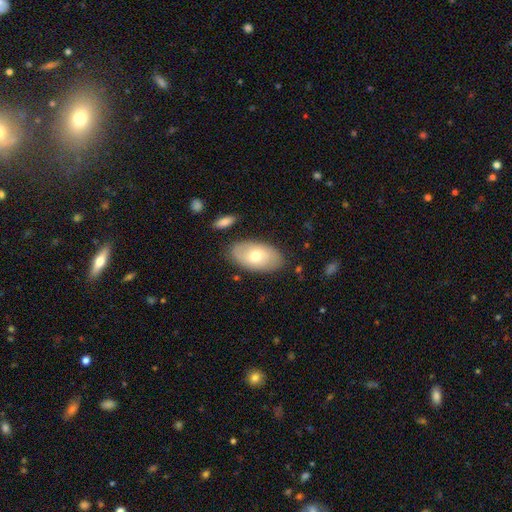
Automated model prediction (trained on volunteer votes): A smooth galaxy with no disk features (61%) that is in between round and cigar-shaped (94%).

Vote fractions:
- Smooth or featured? smooth: 61% / featured or disk: 32% / star or artifact: 6%
- How rounded? in between: 94% / round: 5% / cigar-shaped: 2%
- Merging? none: 82% / minor disturbance: 13% / major disturbance: 3% / merger: 2%